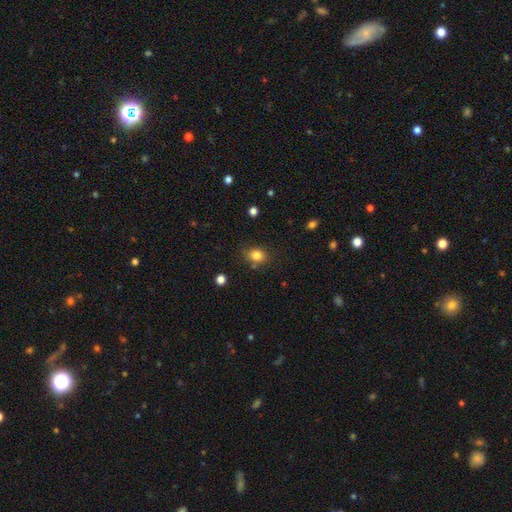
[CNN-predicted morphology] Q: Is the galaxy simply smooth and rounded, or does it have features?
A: smooth — 83%.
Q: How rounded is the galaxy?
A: round — 54%.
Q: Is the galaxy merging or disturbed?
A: none — 77%.